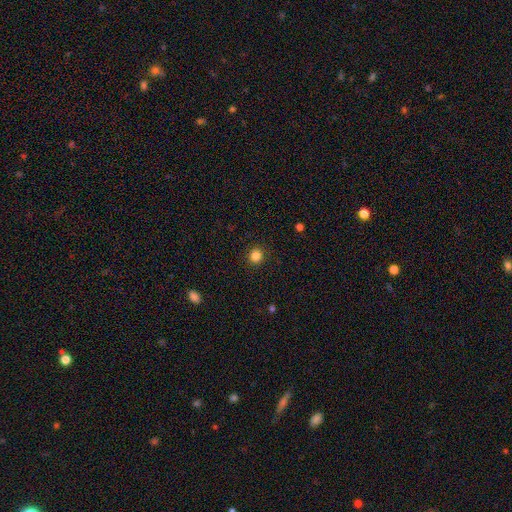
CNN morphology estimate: A smooth galaxy with no disk features (84%) that is round (91%). Merging: none (92%).